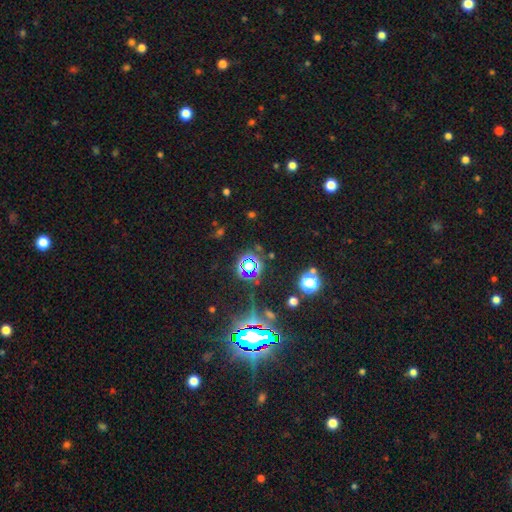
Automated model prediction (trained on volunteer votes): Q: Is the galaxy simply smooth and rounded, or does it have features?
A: star or artifact — 78%.